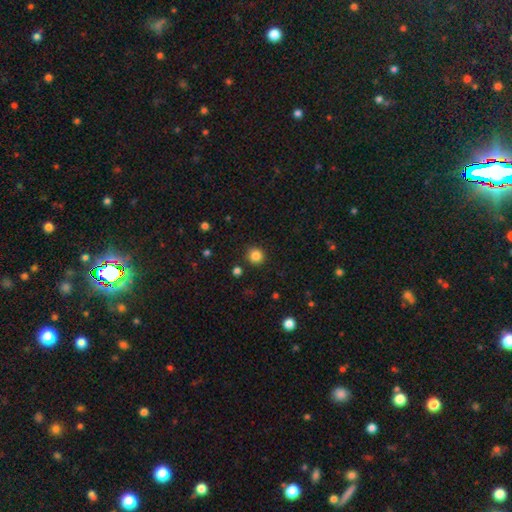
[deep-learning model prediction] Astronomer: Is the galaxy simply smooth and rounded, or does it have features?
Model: smooth — 84%.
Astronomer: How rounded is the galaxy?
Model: round — 92%.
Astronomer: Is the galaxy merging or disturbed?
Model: none — 90%.